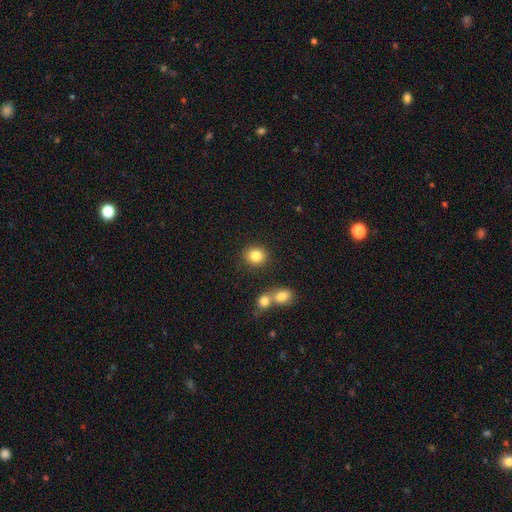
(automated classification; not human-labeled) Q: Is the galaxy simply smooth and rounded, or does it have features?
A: smooth — 83%.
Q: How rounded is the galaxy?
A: round — 80%.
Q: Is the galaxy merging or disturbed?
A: none — 83%.